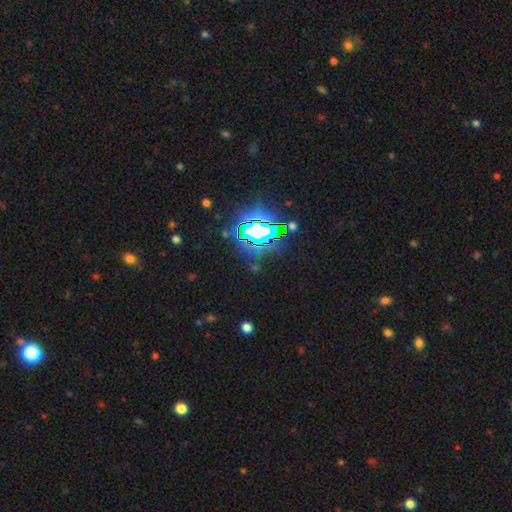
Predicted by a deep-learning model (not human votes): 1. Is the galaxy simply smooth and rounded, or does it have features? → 82% star or artifact, 10% smooth, 7% featured or disk.